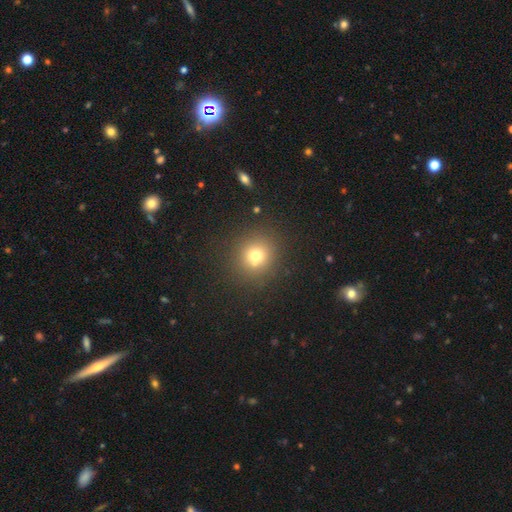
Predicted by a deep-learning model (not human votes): The model was most divided on "smooth or featured": smooth: 71%, star or artifact: 17%, featured or disk: 11%. More confident: how rounded — round (89%); merging — none (76%).